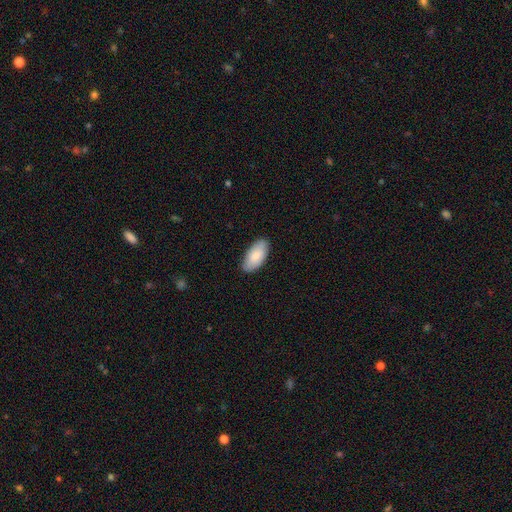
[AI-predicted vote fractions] A smooth galaxy with no disk features (85%) that is in between round and cigar-shaped (94%).

Vote fractions:
- Smooth or featured? smooth: 85% / featured or disk: 10% / star or artifact: 5%
- How rounded? in between: 94% / cigar-shaped: 4% / round: 2%
- Merging? none: 86% / minor disturbance: 11% / major disturbance: 2% / merger: 1%